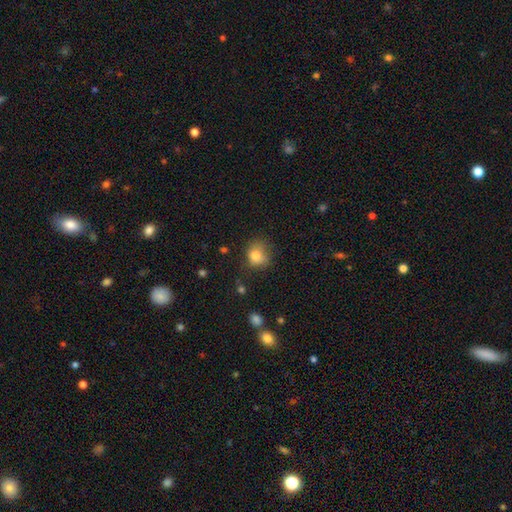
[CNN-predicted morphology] Smooth or featured?
  - smooth: 80% *
  - star or artifact: 11%
  - featured or disk: 9%
How rounded?
  - round: 67% *
  - in between: 32%
  - cigar-shaped: 1%
Merging?
  - none: 55% *
  - minor disturbance: 30%
  - major disturbance: 12%
  - merger: 4%